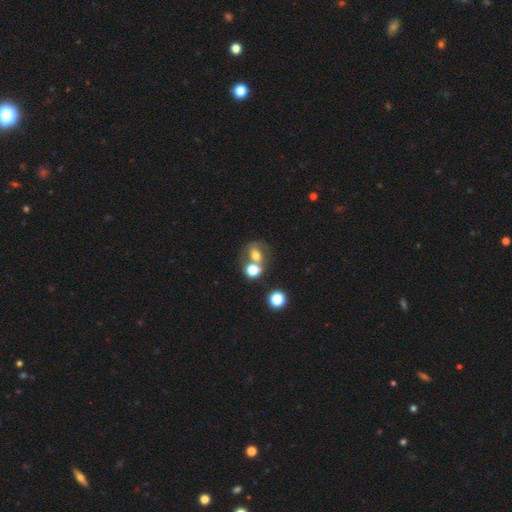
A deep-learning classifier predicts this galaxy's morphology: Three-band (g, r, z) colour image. It shows a smooth galaxy with no disk features (56%) that is round (62%). Merging: merger (41%).